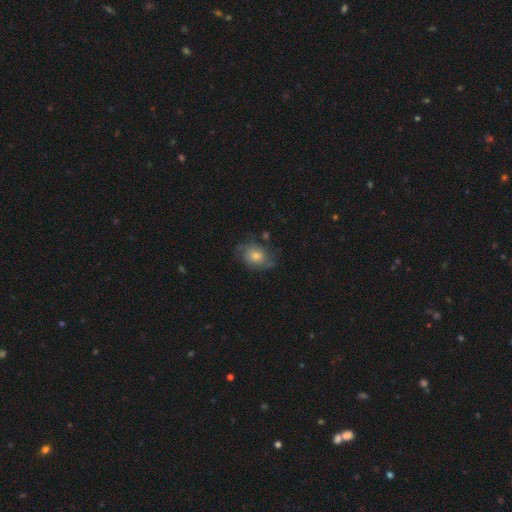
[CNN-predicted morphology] Smooth or featured? featured or disk (54%)
Edge-on disk? no (96%)
Bar? no (79%)
Spiral arms? yes (84%)
Bulge size? moderate (56%)
Merging? none (67%)